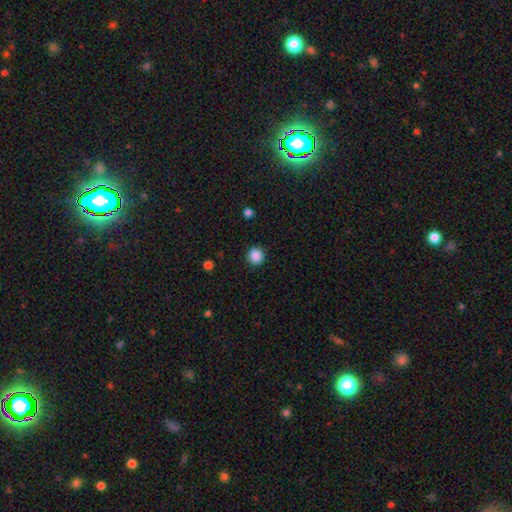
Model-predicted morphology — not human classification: Q: Smooth or featured?
A: smooth (88%); runner-up: star or artifact (10%)
Q: How rounded?
A: round (90%); runner-up: in between (9%)
Q: Merging?
A: none (91%); runner-up: minor disturbance (6%)